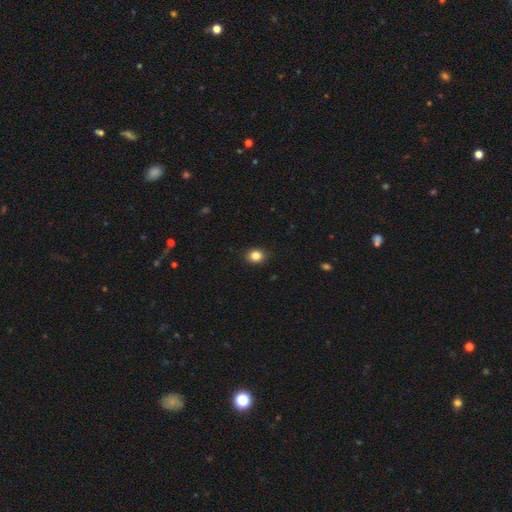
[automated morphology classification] Overall: smooth (84%). How rounded: round (66%; in between 33%). Merging: none (89%).